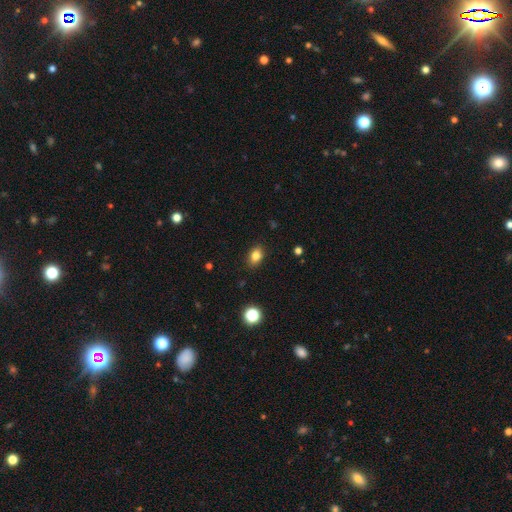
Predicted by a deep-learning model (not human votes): Smooth or featured?
  - smooth: 83% *
  - star or artifact: 11%
  - featured or disk: 6%
How rounded?
  - in between: 76% *
  - round: 22%
  - cigar-shaped: 1%
Merging?
  - none: 87% *
  - minor disturbance: 10%
  - major disturbance: 2%
  - merger: 1%